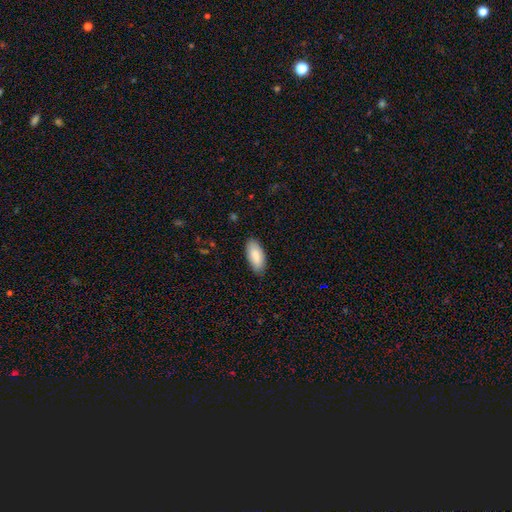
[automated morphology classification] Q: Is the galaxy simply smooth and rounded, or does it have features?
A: smooth — 86%.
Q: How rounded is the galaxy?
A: in between — 90%.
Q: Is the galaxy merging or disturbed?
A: none — 84%.